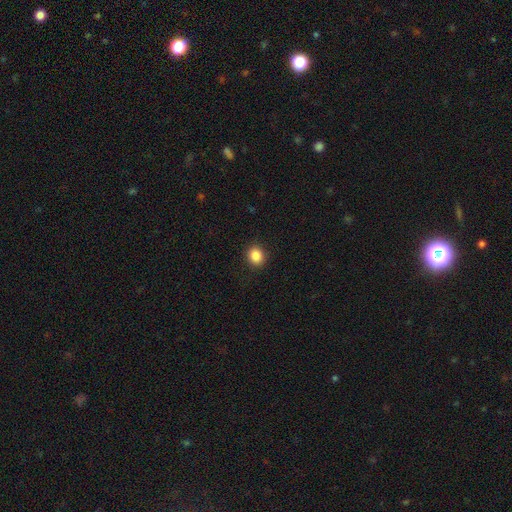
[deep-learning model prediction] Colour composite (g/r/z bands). It shows a smooth galaxy with no disk features (87%) that is round (76%). Merging: none (90%).